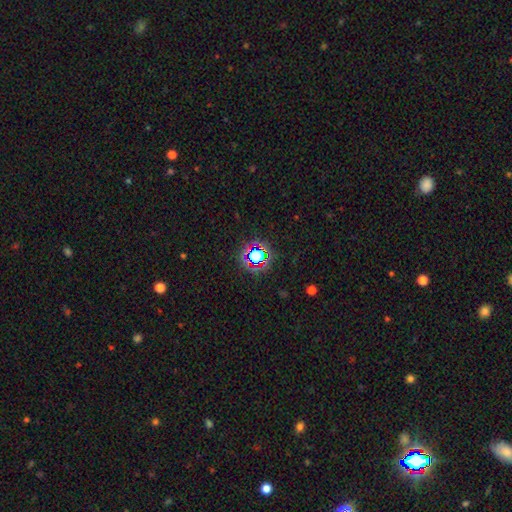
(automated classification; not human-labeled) Smooth or featured? star or artifact (63%)